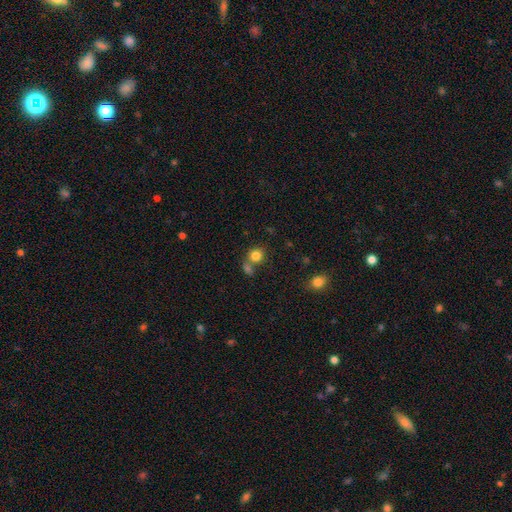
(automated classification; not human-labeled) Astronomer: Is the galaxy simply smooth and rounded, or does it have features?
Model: smooth — 82%.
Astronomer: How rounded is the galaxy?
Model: round — 84%.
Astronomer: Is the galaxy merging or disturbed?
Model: none — 59%.